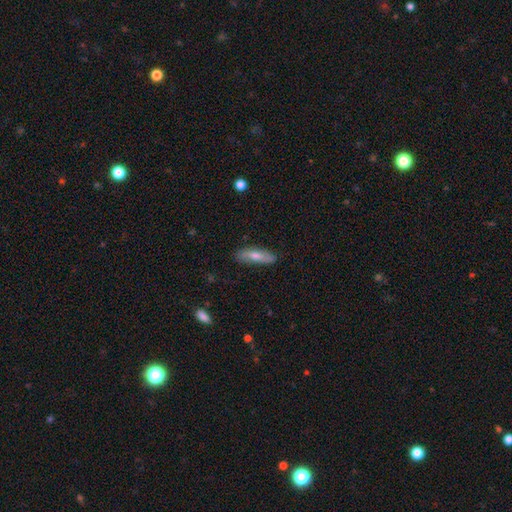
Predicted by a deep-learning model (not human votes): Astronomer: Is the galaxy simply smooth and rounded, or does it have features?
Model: smooth — 58% (runner-up: featured or disk, 36%).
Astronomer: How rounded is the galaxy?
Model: cigar-shaped — 62%.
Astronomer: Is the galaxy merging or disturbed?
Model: none — 82%.